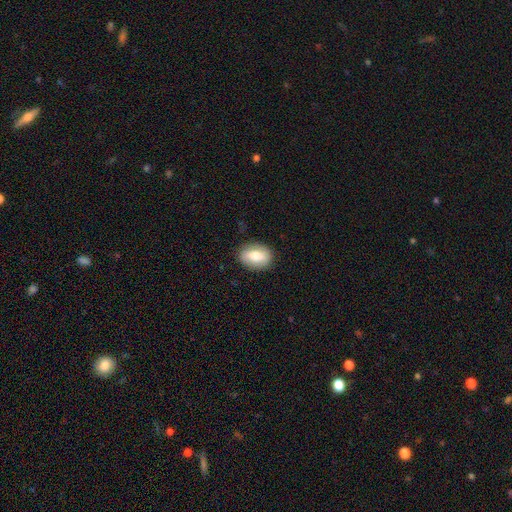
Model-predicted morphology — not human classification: A smooth galaxy with no disk features (66%) that is in between round and cigar-shaped (75%).

Vote fractions:
- Smooth or featured? smooth: 66% / featured or disk: 27% / star or artifact: 7%
- How rounded? in between: 75% / round: 23% / cigar-shaped: 2%
- Merging? none: 85% / minor disturbance: 11% / major disturbance: 3% / merger: 1%